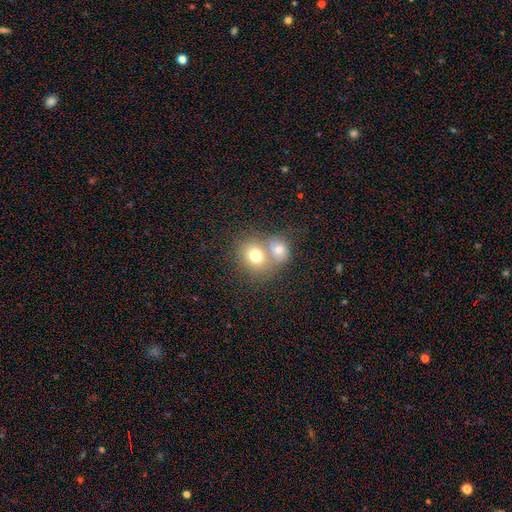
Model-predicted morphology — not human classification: smooth_or_featured: smooth (p=0.73) [alt: featured or disk p=0.17]
how_rounded: round (p=0.67) [alt: in between p=0.32]
merging: merger (p=0.55) [alt: none p=0.34]